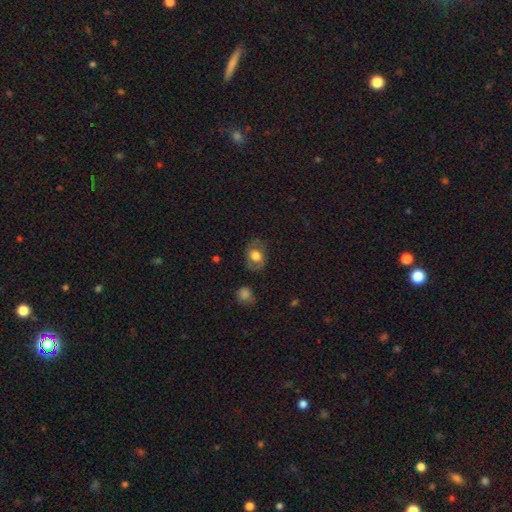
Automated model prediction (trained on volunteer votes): smooth_or_featured: smooth (p=0.58) [alt: featured or disk p=0.33]
how_rounded: in between (p=0.65) [alt: round p=0.33]
merging: none (p=0.64) [alt: minor disturbance p=0.22]